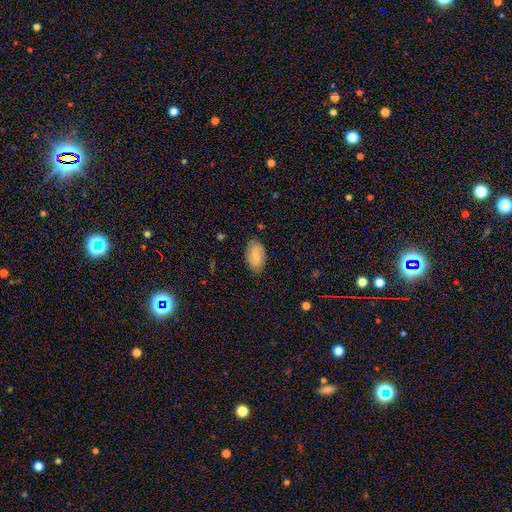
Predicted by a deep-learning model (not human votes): This is likely a smooth galaxy (71%). How rounded: clearly in between (94%). Merging: likely none (80%).